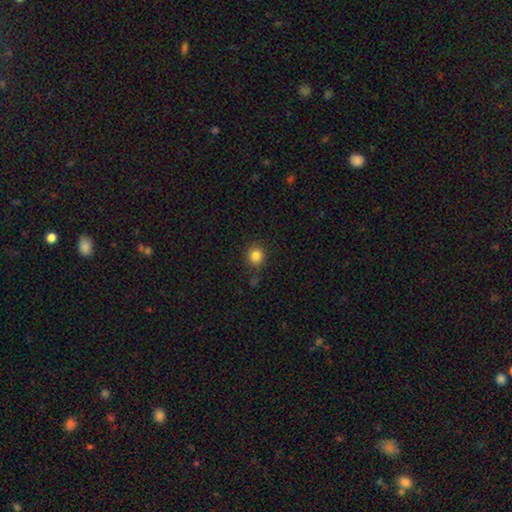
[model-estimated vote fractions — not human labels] Smooth or featured?
  - smooth: 85% *
  - star or artifact: 11%
  - featured or disk: 4%
How rounded?
  - round: 89% *
  - in between: 10%
  - cigar-shaped: 1%
Merging?
  - none: 84% *
  - minor disturbance: 10%
  - major disturbance: 3%
  - merger: 3%